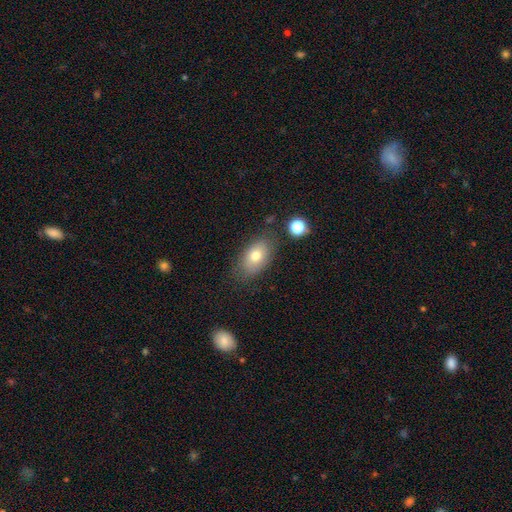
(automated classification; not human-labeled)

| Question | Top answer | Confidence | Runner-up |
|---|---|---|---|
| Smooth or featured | smooth | 74% | featured or disk (17%) |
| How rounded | in between | 88% | round (11%) |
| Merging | none | 75% | minor disturbance (17%) |